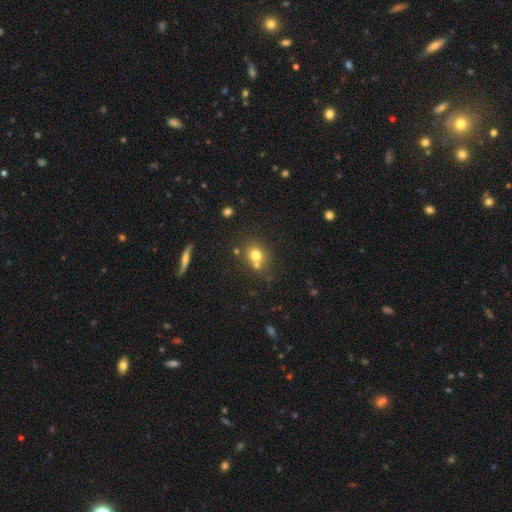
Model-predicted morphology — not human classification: type=smooth (73%); roundness=round (76%); merging=none (56%).